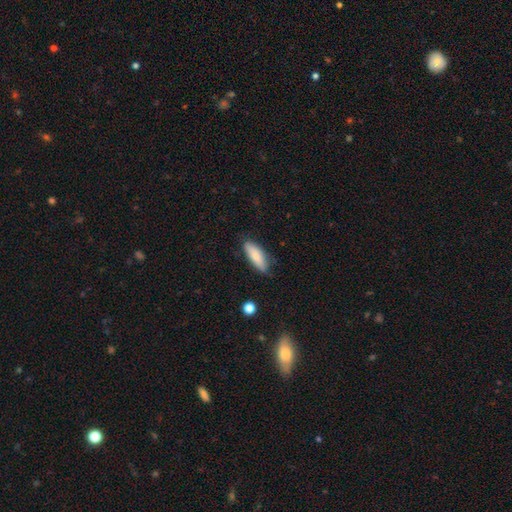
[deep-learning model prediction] smooth_or_featured: smooth (p=0.79) [alt: featured or disk p=0.15]
how_rounded: in between (p=0.66) [alt: cigar-shaped p=0.32]
merging: none (p=0.75) [alt: minor disturbance p=0.20]